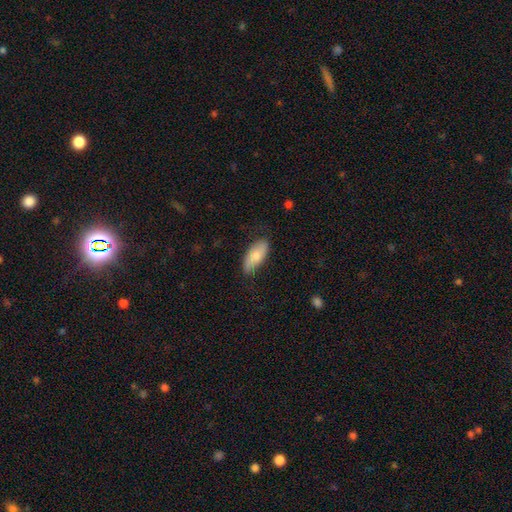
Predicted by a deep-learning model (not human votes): Smooth or featured? Predicted: smooth (p=0.73). How rounded? Predicted: in between (p=0.87). Merging? Predicted: none (p=0.75).